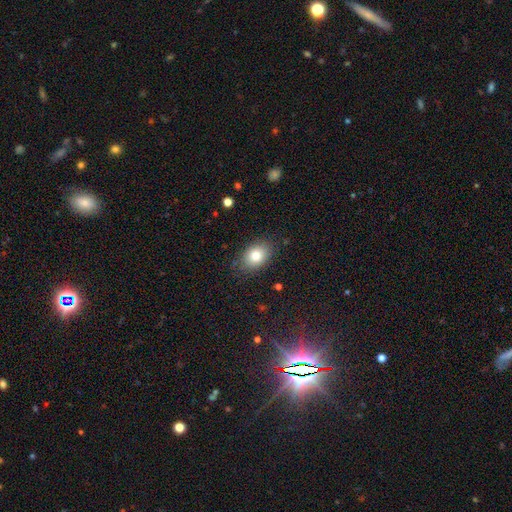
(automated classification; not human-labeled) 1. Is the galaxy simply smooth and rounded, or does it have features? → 81% smooth, 10% featured or disk, 9% star or artifact.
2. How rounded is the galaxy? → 75% in between, 24% round, 1% cigar-shaped.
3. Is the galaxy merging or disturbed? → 83% none, 13% minor disturbance, 3% major disturbance, 1% merger.